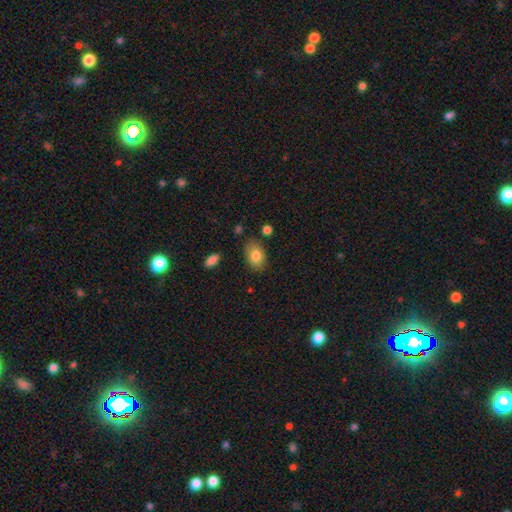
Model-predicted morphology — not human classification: A smooth galaxy with no disk features (81%) that is in between round and cigar-shaped (87%). Merging: none (79%).